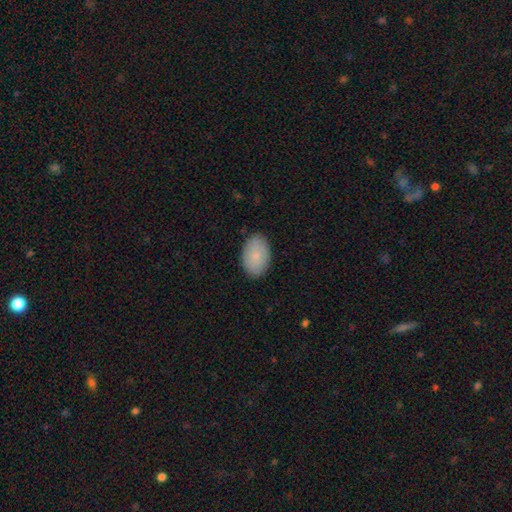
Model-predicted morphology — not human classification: A smooth galaxy with no disk features (86%) that is in between round and cigar-shaped (90%). Merging: none (87%).